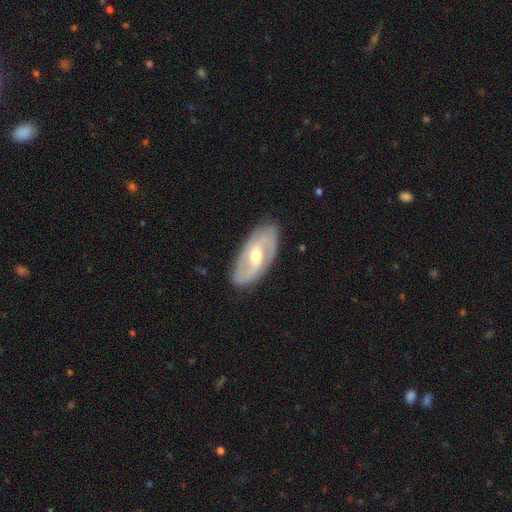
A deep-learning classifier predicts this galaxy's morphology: A featured or disk galaxy (83%) with a weak bar (50%), 2 (85%) medium (47%) spiral arms (91%) and a moderate central bulge (64%). Merging: none (85%).